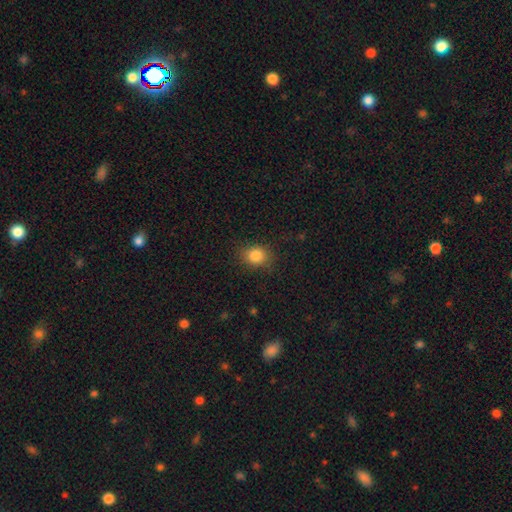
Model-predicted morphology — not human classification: smooth-or-featured: smooth: 84% | star or artifact: 10% | featured or disk: 6%
  how-rounded: round: 60% | in between: 39% | cigar-shaped: 1%
  merging: none: 80% | minor disturbance: 14% | major disturbance: 4% | merger: 1%